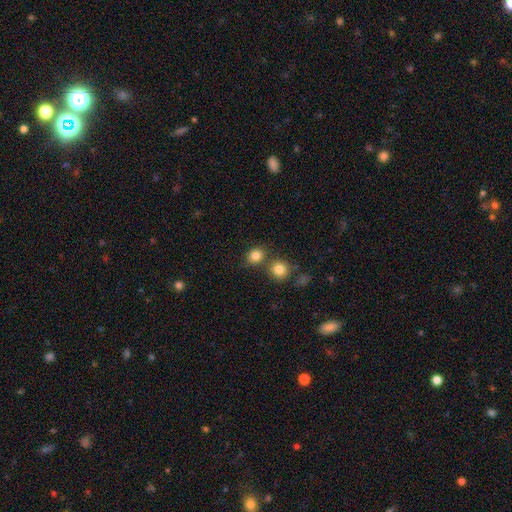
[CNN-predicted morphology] The model was most divided on "merging": none: 65%, merger: 22%, minor disturbance: 9%, major disturbance: 3%. More confident: smooth or featured — smooth (83%); how rounded — round (72%).